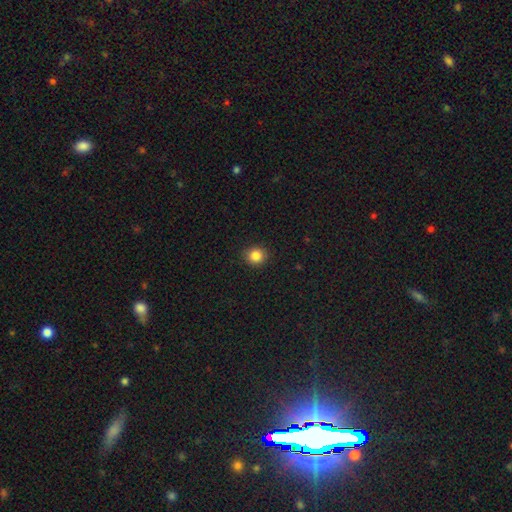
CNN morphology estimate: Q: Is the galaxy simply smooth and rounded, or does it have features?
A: smooth — 85%.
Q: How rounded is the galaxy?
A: round — 87%.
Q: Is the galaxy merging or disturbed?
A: none — 91%.